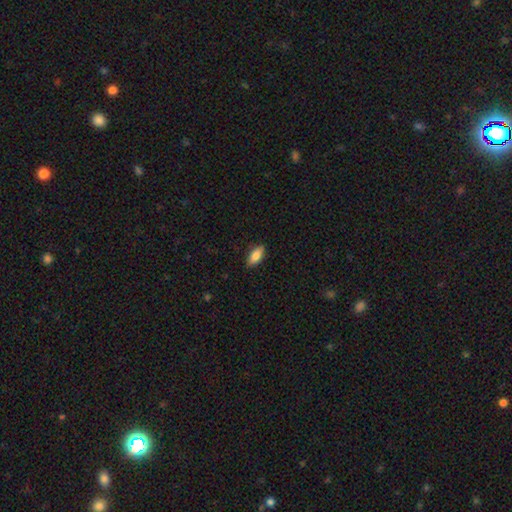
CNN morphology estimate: This appears to be a smooth galaxy with no disk features (82%) that is in between round and cigar-shaped (84%). Merging: none (88%).